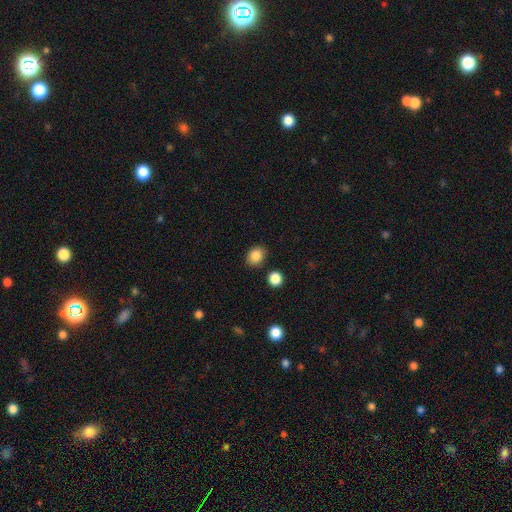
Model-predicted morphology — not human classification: Smooth or featured: smooth — 86% (star or artifact — 9%)
How rounded: in between — 55% (round — 44%)
Merging: none — 83% (minor disturbance — 10%)